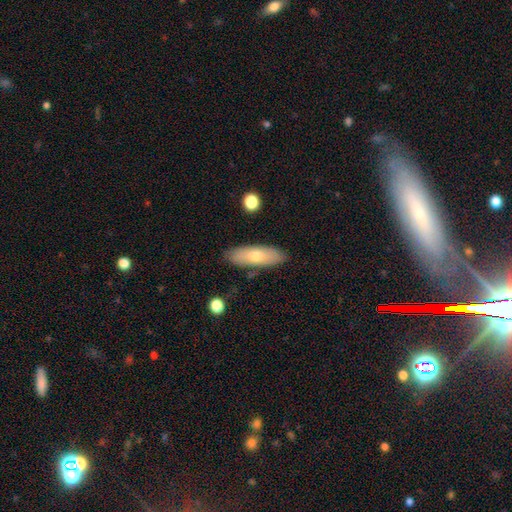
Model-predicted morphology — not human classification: This appears to be a smooth galaxy with no disk features (69%) that is in between round and cigar-shaped (52%). Merging: none (85%).